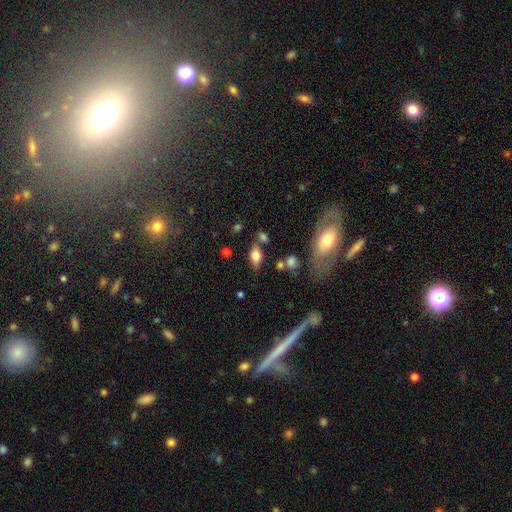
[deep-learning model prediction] Morphology: type=smooth (71%); roundness=in between (84%); merging=none (67%).